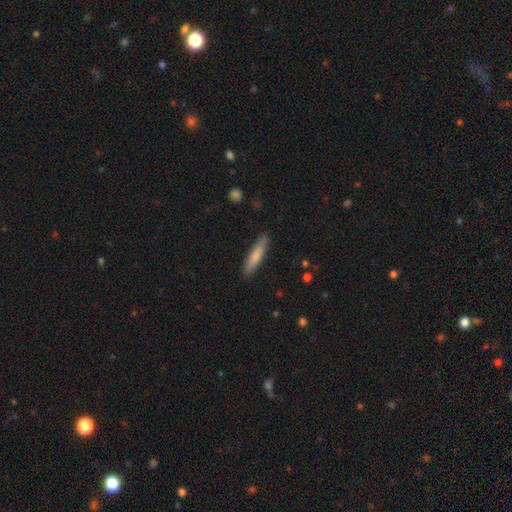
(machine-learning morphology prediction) The model was most divided on "smooth or featured": smooth: 77%, featured or disk: 18%, star or artifact: 5%. More confident: merging — none (87%); how rounded — cigar-shaped (85%).